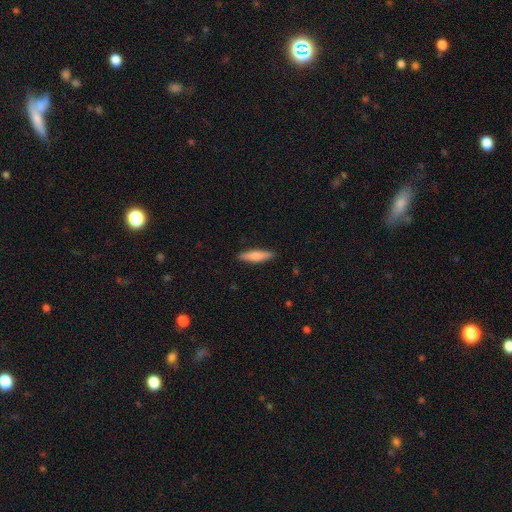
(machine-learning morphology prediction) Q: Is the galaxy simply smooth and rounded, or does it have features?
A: smooth — 75%.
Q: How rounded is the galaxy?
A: cigar-shaped — 77%.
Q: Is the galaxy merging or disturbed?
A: none — 90%.